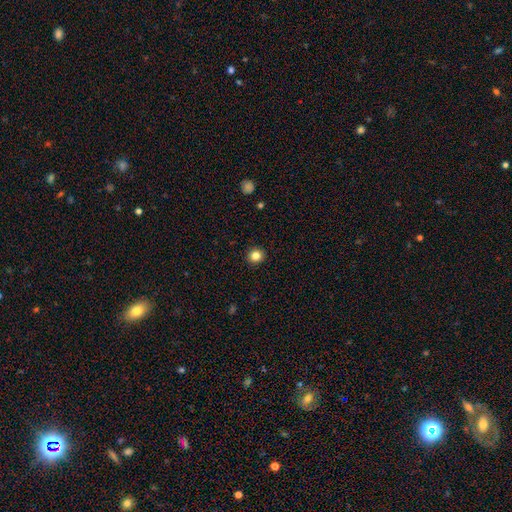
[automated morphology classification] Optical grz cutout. It shows a smooth galaxy with no disk features (83%) that is round (91%). Merging: none (93%).